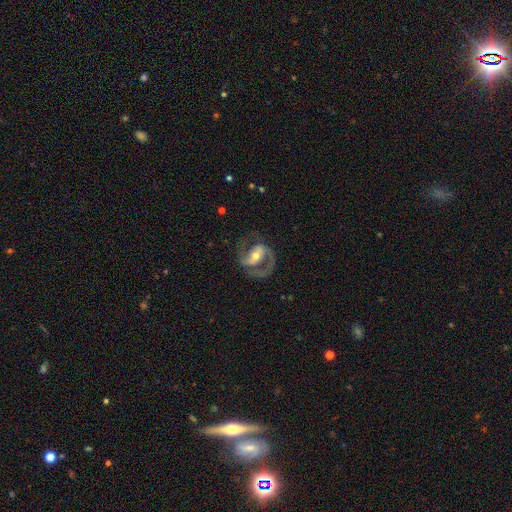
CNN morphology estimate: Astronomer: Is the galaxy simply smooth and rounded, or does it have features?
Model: featured or disk — 89%.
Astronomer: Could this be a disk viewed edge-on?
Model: no — 97%.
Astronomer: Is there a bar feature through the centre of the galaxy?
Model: strong — 47% (runner-up: weak, 34%).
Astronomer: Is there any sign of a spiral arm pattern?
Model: yes — 95%.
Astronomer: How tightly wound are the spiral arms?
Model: medium — 60%.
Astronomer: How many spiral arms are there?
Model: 2 — 90%.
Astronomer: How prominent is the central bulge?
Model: moderate — 61%.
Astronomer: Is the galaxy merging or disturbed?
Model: none — 74%.